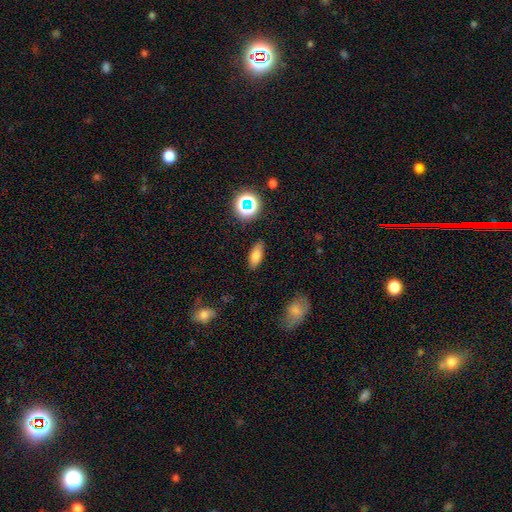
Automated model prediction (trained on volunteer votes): Q: Smooth or featured?
A: smooth (76%); runner-up: star or artifact (12%)
Q: How rounded?
A: in between (77%); runner-up: cigar-shaped (18%)
Q: Merging?
A: none (86%); runner-up: minor disturbance (10%)